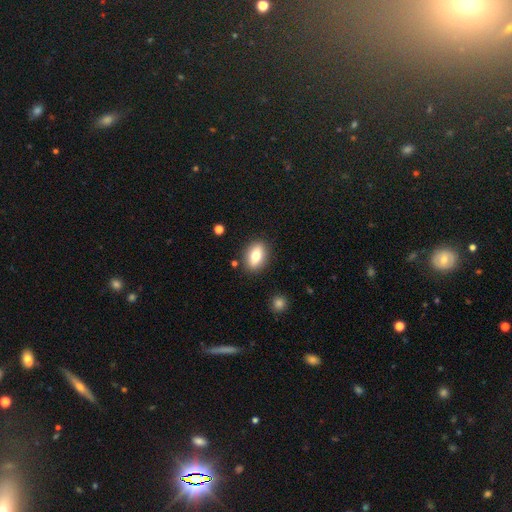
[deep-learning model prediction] Overall: smooth (71%). How rounded: in between (79%). Merging: none (87%).